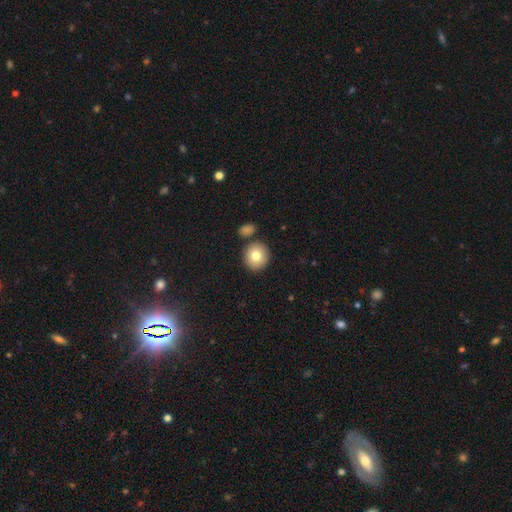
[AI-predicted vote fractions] This appears to be a smooth galaxy with no disk features (79%) that is round (88%). Merging: none (81%).